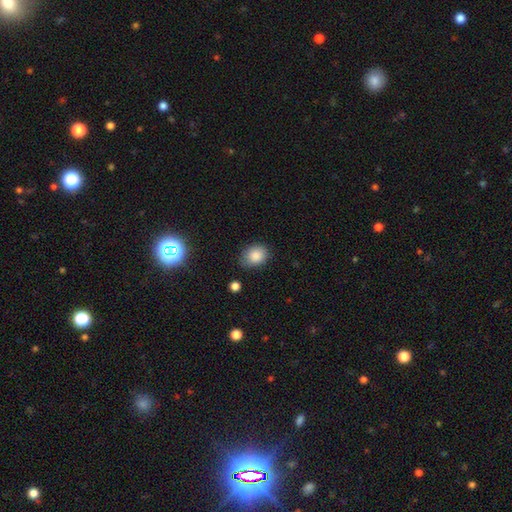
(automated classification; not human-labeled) smooth-or-featured: smooth: 86% | star or artifact: 9% | featured or disk: 5%
  how-rounded: in between: 60% | round: 39% | cigar-shaped: 1%
  merging: none: 76% | minor disturbance: 18% | major disturbance: 4% | merger: 2%